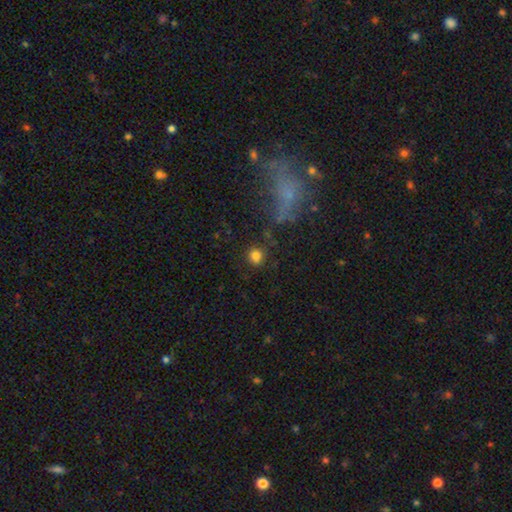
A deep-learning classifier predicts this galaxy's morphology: type=smooth (81%); roundness=round (84%); merging=none (82%).